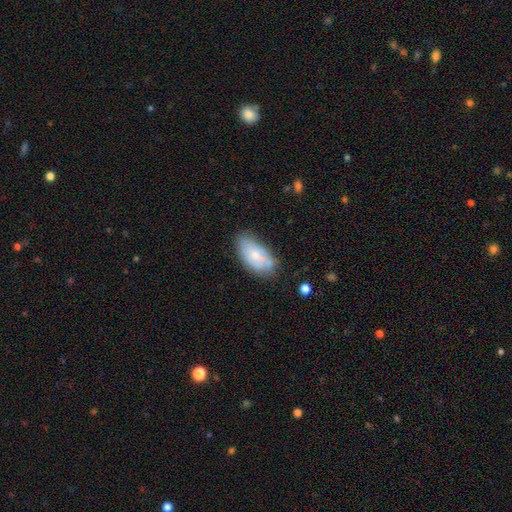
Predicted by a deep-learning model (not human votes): A smooth galaxy with no disk features (64%) that is in between round and cigar-shaped (93%).

Vote fractions:
- Smooth or featured? smooth: 64% / featured or disk: 29% / star or artifact: 7%
- How rounded? in between: 93% / cigar-shaped: 4% / round: 3%
- Merging? none: 62% / minor disturbance: 28% / major disturbance: 7% / merger: 4%